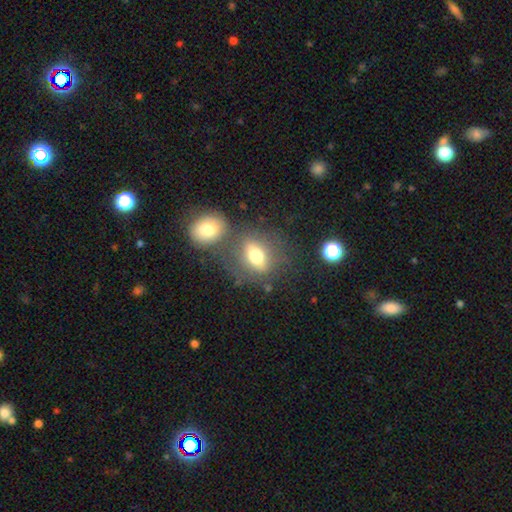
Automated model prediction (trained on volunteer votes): smooth_or_featured: smooth (p=0.64) [alt: featured or disk p=0.24]
how_rounded: in between (p=0.61) [alt: round p=0.35]
merging: none (p=0.63) [alt: merger p=0.18]